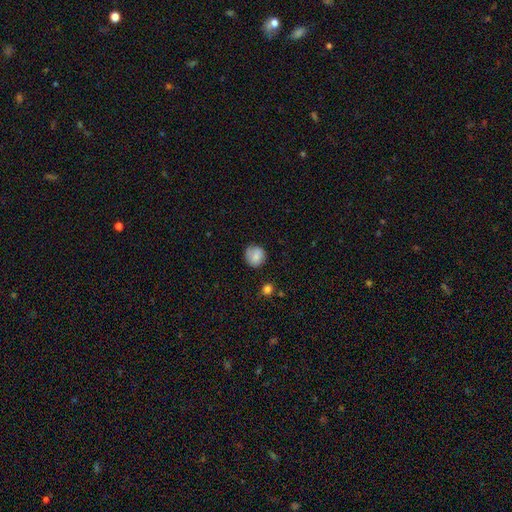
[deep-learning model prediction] smooth-or-featured: smooth: 81% | featured or disk: 10% | star or artifact: 9%
  how-rounded: round: 85% | in between: 14% | cigar-shaped: 1%
  merging: none: 74% | minor disturbance: 20% | major disturbance: 5% | merger: 2%